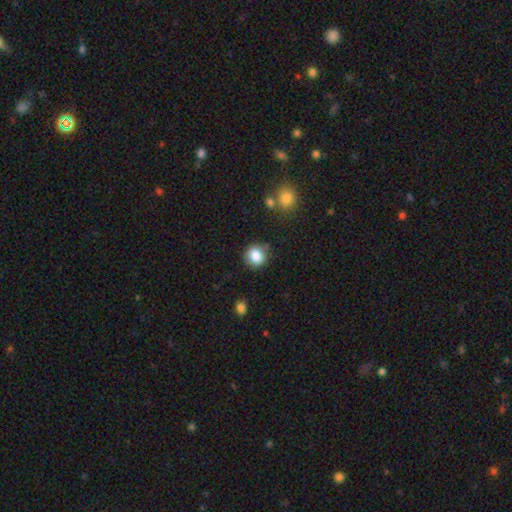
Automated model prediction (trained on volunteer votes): This appears to be a smooth galaxy with no disk features (84%) that is round (85%). Merging: none (83%).